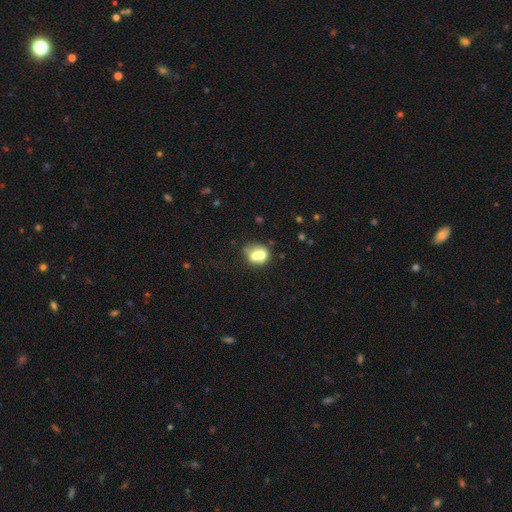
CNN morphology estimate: smooth_or_featured: smooth (p=0.62) [alt: featured or disk p=0.27]
how_rounded: round (p=0.65) [alt: in between p=0.34]
merging: merger (p=0.60) [alt: none p=0.27]